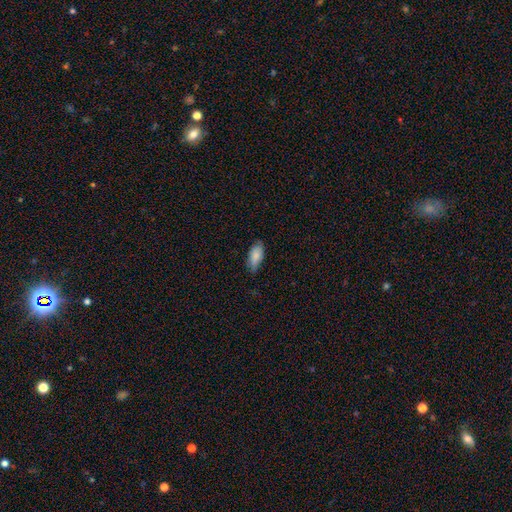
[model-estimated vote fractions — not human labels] Q: Smooth or featured?
A: smooth (82%); runner-up: featured or disk (12%)
Q: How rounded?
A: in between (88%); runner-up: cigar-shaped (9%)
Q: Merging?
A: none (70%); runner-up: minor disturbance (25%)